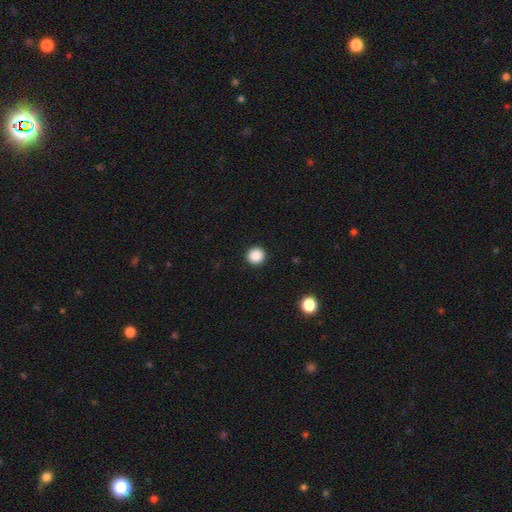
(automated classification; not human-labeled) smooth_or_featured: smooth (p=0.88) [alt: star or artifact p=0.09]
how_rounded: round (p=0.95) [alt: in between p=0.04]
merging: none (p=0.93) [alt: minor disturbance p=0.04]